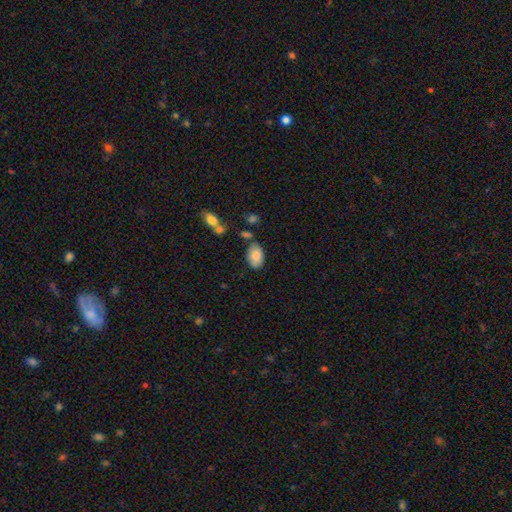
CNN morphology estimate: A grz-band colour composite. It shows a smooth galaxy with no disk features (85%) that is in between round and cigar-shaped (90%). Merging: none (71%).